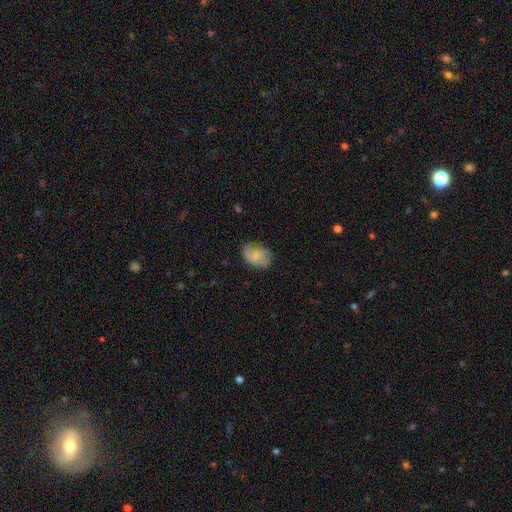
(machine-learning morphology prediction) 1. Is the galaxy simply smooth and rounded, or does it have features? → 61% smooth, 30% featured or disk, 9% star or artifact.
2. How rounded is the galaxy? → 82% in between, 17% round, 1% cigar-shaped.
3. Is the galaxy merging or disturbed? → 59% none, 28% minor disturbance, 11% major disturbance, 2% merger.